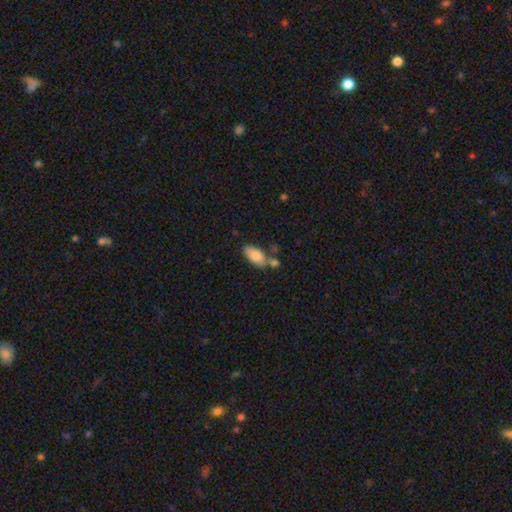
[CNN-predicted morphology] Smooth or featured: smooth — 83% (featured or disk — 10%)
How rounded: in between — 89% (cigar-shaped — 8%)
Merging: none — 52% (merger — 23%)